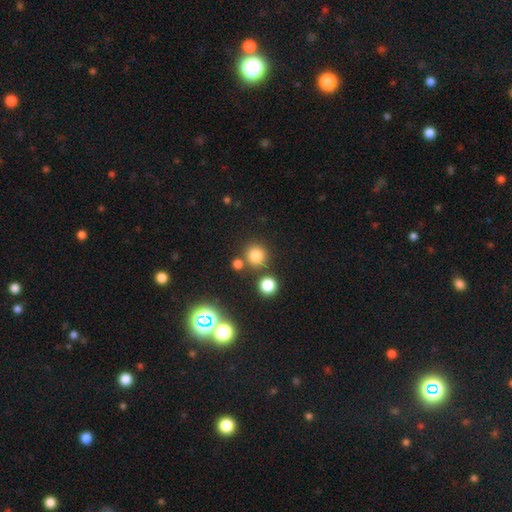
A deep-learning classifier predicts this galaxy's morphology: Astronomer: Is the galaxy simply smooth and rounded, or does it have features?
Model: smooth — 77%.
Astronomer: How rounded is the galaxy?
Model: round — 92%.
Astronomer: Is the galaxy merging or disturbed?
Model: none — 77%.